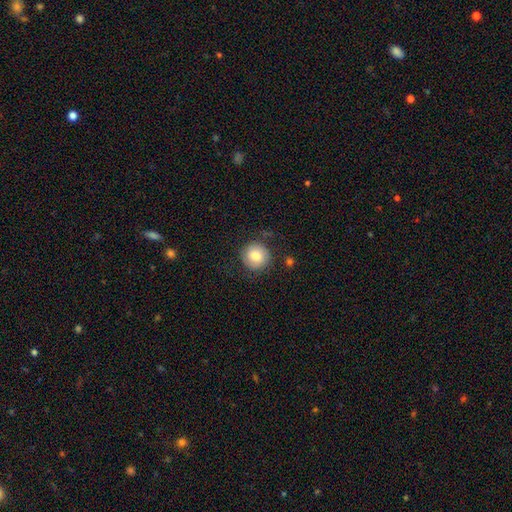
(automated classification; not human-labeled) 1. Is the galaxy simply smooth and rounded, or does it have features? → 76% smooth, 16% featured or disk, 8% star or artifact.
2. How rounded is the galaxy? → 93% round, 6% in between, 1% cigar-shaped.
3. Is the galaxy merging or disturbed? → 78% none, 14% minor disturbance, 6% major disturbance, 2% merger.